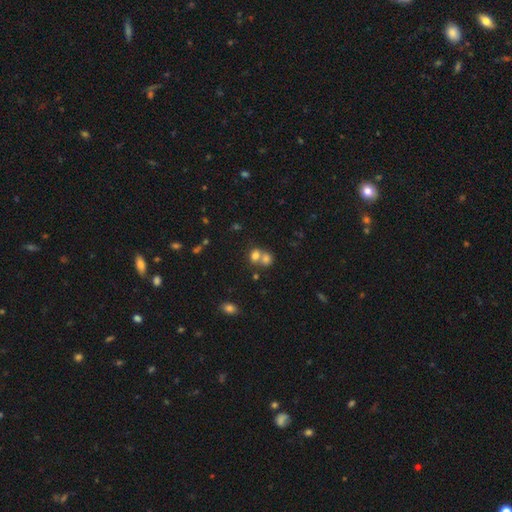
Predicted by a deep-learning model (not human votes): Morphology: type=smooth (74%); roundness=round (53%); merging=merger (59%).